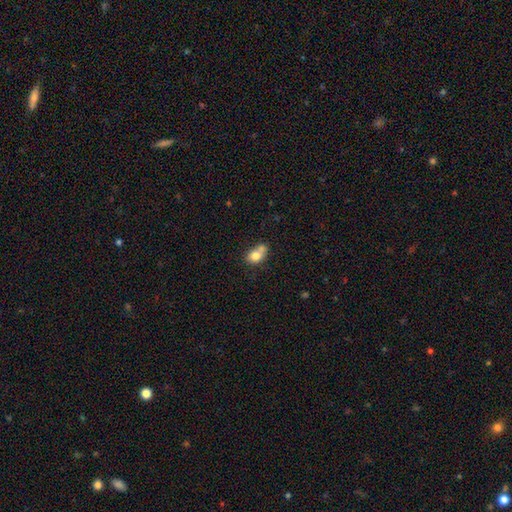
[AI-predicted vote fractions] Smooth or featured?
  - smooth: 76% *
  - featured or disk: 15%
  - star or artifact: 9%
How rounded?
  - in between: 58% *
  - round: 40%
  - cigar-shaped: 1%
Merging?
  - merger: 47% *
  - none: 32%
  - minor disturbance: 15%
  - major disturbance: 6%